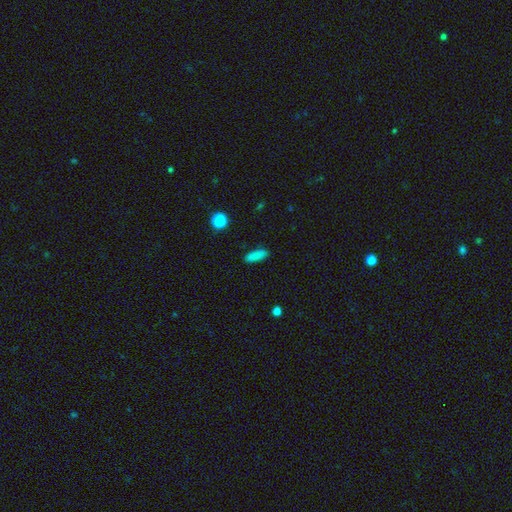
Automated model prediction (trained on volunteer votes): smooth-or-featured: smooth: 86% | star or artifact: 10% | featured or disk: 5%
  how-rounded: in between: 57% | cigar-shaped: 41% | round: 3%
  merging: none: 87% | minor disturbance: 9% | major disturbance: 2% | merger: 1%